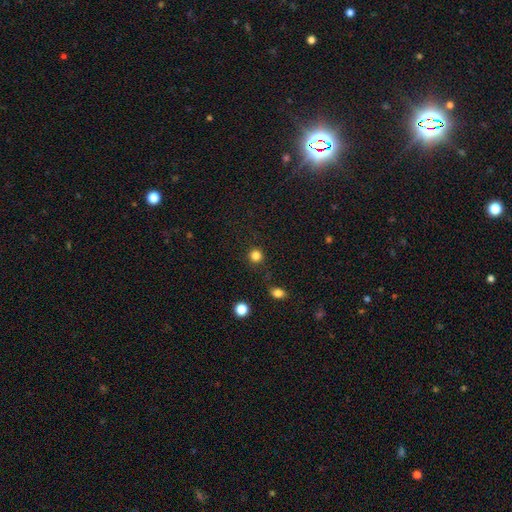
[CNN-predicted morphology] The model was most divided on "smooth or featured": smooth: 83%, star or artifact: 13%, featured or disk: 4%. More confident: how rounded — round (94%); merging — none (88%).